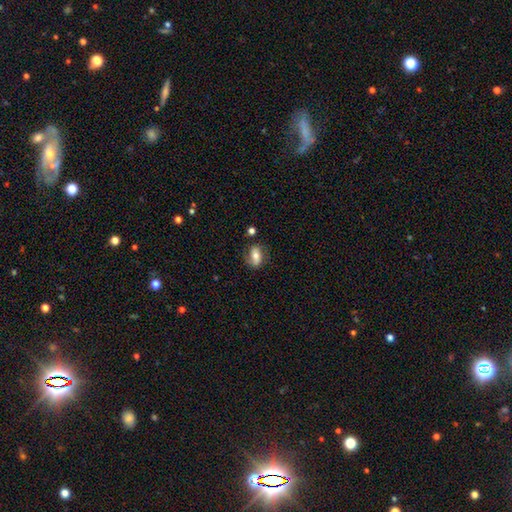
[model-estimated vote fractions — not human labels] A smooth galaxy with no disk features (56%) that is in between round and cigar-shaped (83%). Merging: none (70%).